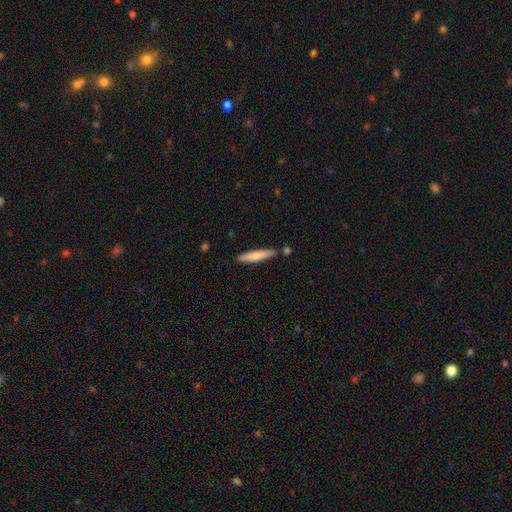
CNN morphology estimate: A smooth galaxy with no disk features (74%) that is cigar-shaped (91%). Merging: none (83%).